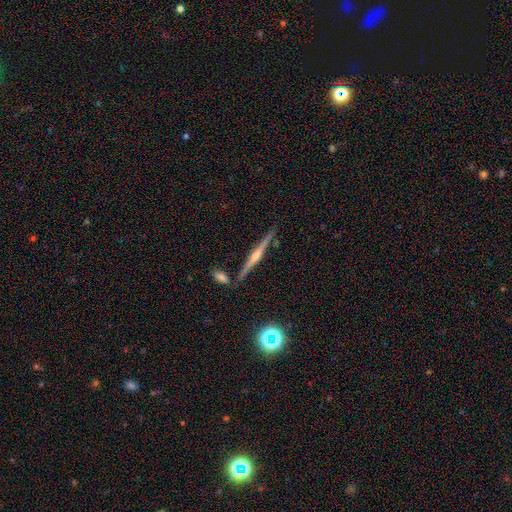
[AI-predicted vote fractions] Smooth or featured? Predicted: featured or disk (p=0.78). Edge-on disk? Predicted: yes (p=0.98). Edge-on bulge? Predicted: rounded (p=0.86). Merging? Predicted: none (p=0.86).